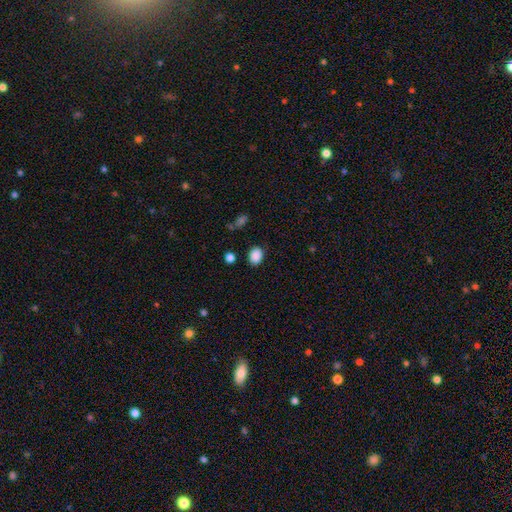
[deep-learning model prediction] A smooth galaxy with no disk features (87%) that is in between round and cigar-shaped (63%). Merging: none (83%).